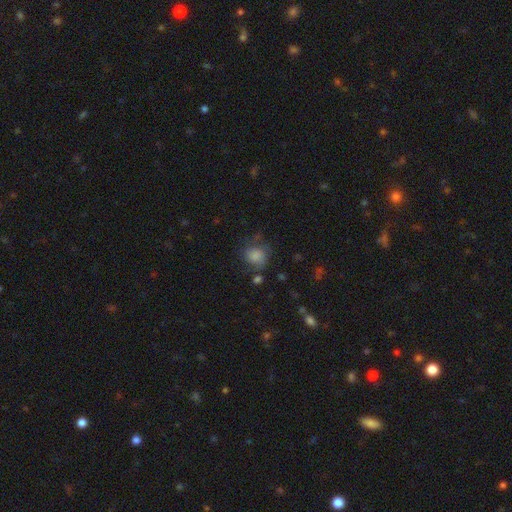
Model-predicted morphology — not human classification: Smooth or featured: smooth — 78% (featured or disk — 11%)
How rounded: round — 71% (in between — 28%)
Merging: none — 57% (minor disturbance — 24%)